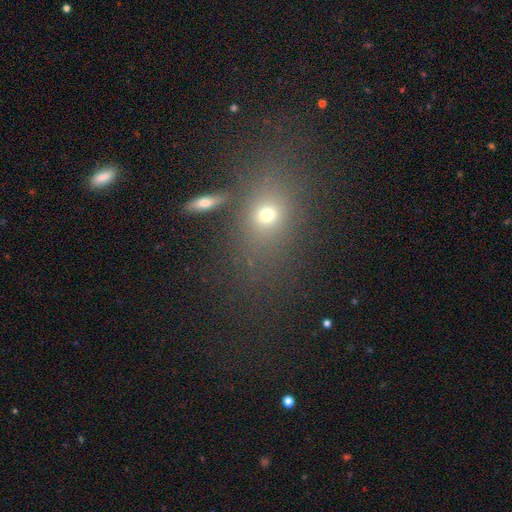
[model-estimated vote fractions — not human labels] A smooth galaxy with no disk features (55%) that is in between round and cigar-shaped (59%).

Vote fractions:
- Smooth or featured? smooth: 55% / star or artifact: 29% / featured or disk: 16%
- How rounded? in between: 59% / round: 35% / cigar-shaped: 6%
- Merging? none: 75% / minor disturbance: 12% / merger: 7% / major disturbance: 6%